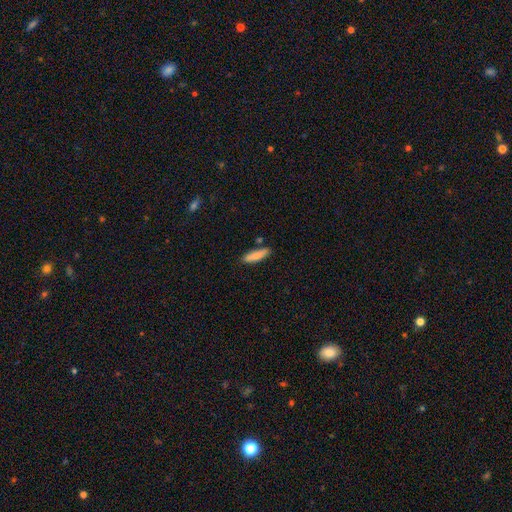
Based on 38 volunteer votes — A smooth galaxy with no disk features (89%) that is cigar-shaped (79%). Merging: none (84%).